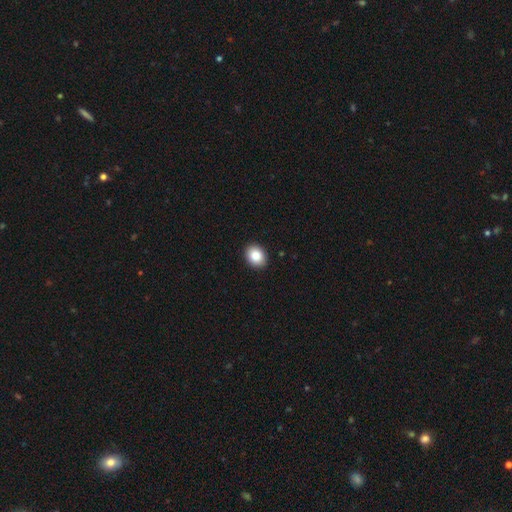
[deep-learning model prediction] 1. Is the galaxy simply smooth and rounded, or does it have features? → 85% smooth, 8% star or artifact, 6% featured or disk.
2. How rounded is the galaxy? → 55% in between, 45% round, 1% cigar-shaped.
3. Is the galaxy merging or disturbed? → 92% none, 6% minor disturbance, 1% major disturbance, 1% merger.